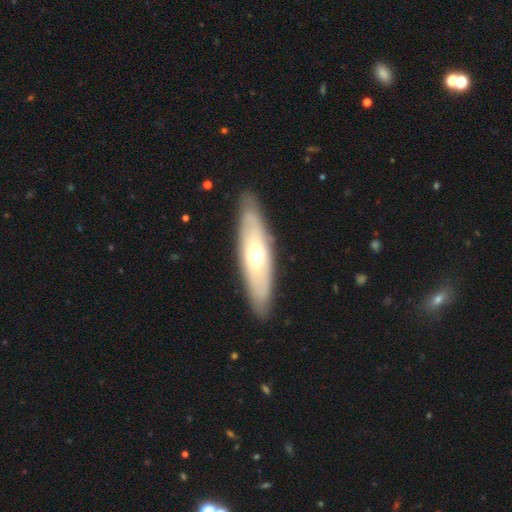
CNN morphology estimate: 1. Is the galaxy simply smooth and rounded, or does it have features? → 50% featured or disk, 44% smooth, 5% star or artifact.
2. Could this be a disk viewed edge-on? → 53% no, 47% yes.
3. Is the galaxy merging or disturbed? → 87% none, 9% minor disturbance, 2% major disturbance, 1% merger.